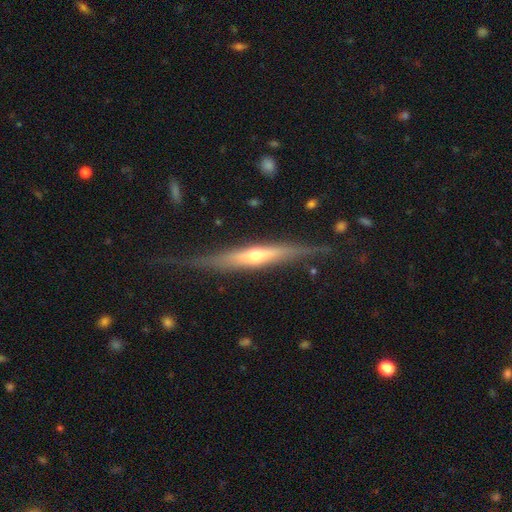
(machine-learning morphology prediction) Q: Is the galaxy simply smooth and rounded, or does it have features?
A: featured or disk — 72%.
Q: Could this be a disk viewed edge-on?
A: yes — 95%.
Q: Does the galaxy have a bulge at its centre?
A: rounded — 82%.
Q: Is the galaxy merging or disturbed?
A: none — 78%.